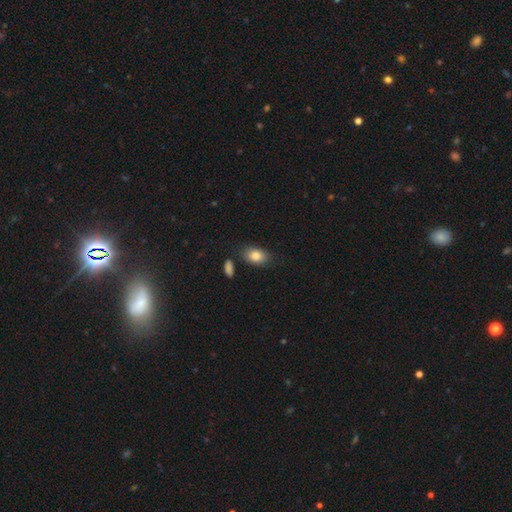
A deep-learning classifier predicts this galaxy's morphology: type=smooth (83%); roundness=in between (86%); merging=none (79%).